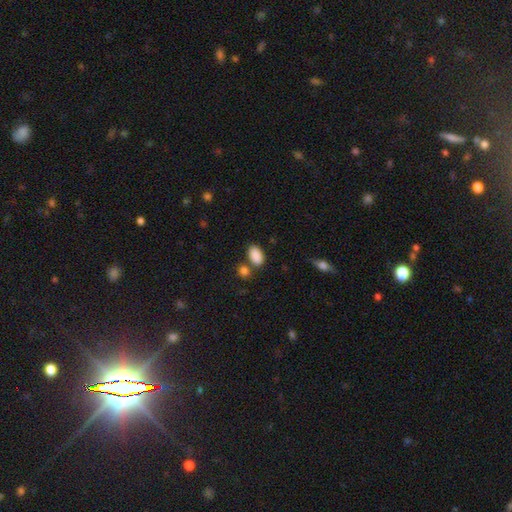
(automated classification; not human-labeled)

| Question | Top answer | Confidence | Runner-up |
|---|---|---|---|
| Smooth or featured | smooth | 88% | star or artifact (8%) |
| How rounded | in between | 91% | round (8%) |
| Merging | none | 68% | merger (16%) |